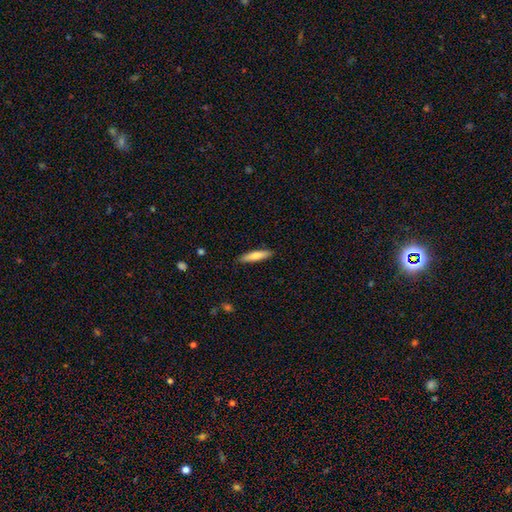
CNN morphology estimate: smooth 70%, featured or disk 24%, star or artifact 6%. Down the decision tree: how rounded — cigar-shaped (81%); merging — none (89%).